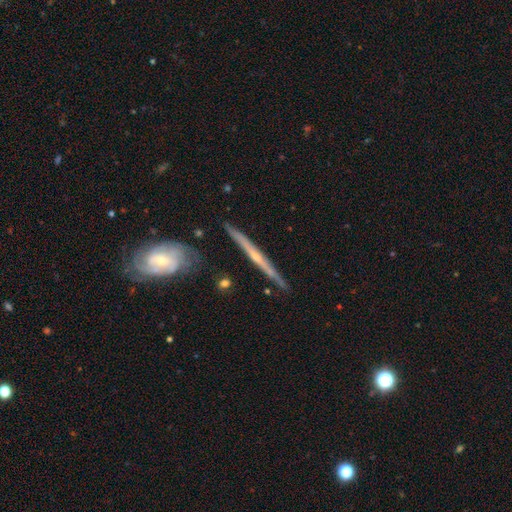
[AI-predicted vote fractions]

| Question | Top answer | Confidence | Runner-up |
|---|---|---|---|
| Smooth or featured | featured or disk | 79% | smooth (15%) |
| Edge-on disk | yes | 95% | no (5%) |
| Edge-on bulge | rounded | 60% | none (35%) |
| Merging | none | 86% | minor disturbance (10%) |